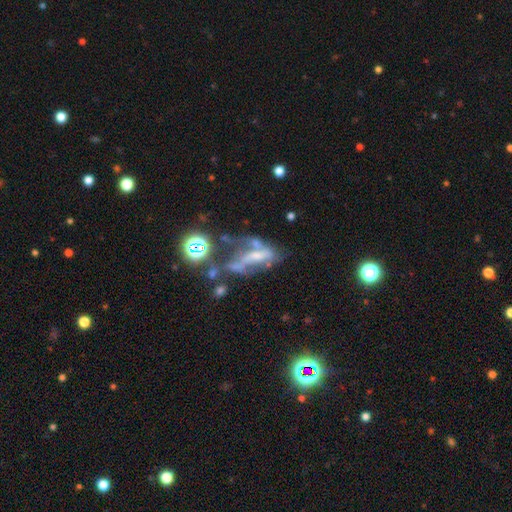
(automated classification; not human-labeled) featured or disk 58%, smooth 22%, star or artifact 20%. Down the decision tree: edge-on disk — no (88%); bar — no (46%); spiral arms — no (54%); bulge size — small (39%); merging — major disturbance (36%).